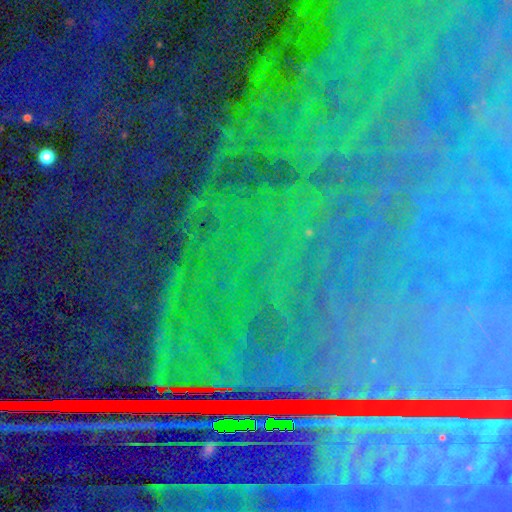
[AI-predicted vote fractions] Morphology: type=star or artifact (86%).